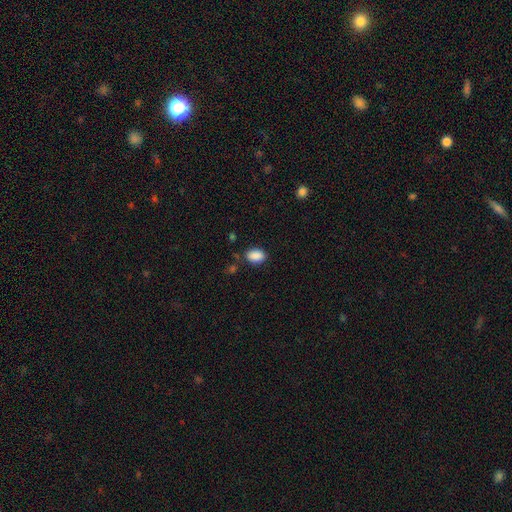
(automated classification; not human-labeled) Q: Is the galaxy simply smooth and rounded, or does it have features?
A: smooth — 89%.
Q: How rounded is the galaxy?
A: in between — 84%.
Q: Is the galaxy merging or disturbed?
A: none — 80%.